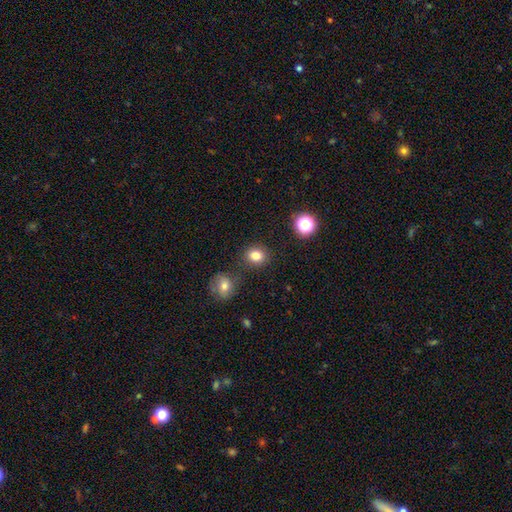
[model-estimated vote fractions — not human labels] Q: Smooth or featured?
A: smooth (81%); runner-up: star or artifact (13%)
Q: How rounded?
A: round (73%); runner-up: in between (26%)
Q: Merging?
A: none (81%); runner-up: minor disturbance (9%)